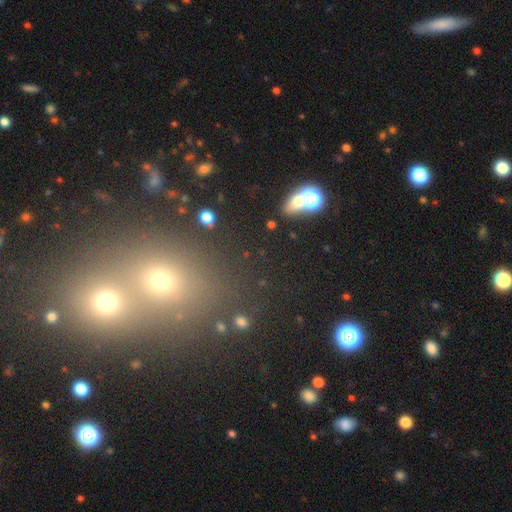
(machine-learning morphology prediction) Overall: smooth (47%; star or artifact 40%). Merging: none (47%; merger 43%).